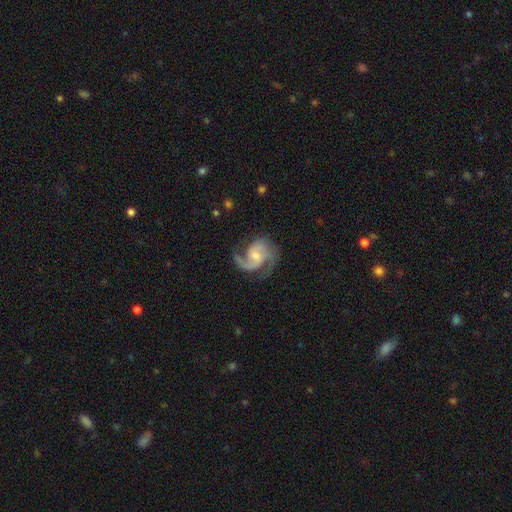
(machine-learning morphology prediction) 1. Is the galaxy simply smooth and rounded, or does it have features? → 89% featured or disk, 6% smooth, 5% star or artifact.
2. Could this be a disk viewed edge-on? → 98% no, 2% yes.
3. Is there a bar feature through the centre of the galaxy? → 48% no, 43% weak, 9% strong.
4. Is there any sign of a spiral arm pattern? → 98% yes, 2% no.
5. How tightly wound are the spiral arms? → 55% medium, 26% loose, 19% tight.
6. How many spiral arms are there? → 69% 2, 14% 3, 8% 1, 5% can't tell, 2% 4, 2% more than 4.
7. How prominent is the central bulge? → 44% small (tied), 44% moderate (tied), 7% none, 4% large, 1% dominant.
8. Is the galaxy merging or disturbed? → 66% none, 18% minor disturbance, 14% major disturbance, 2% merger.